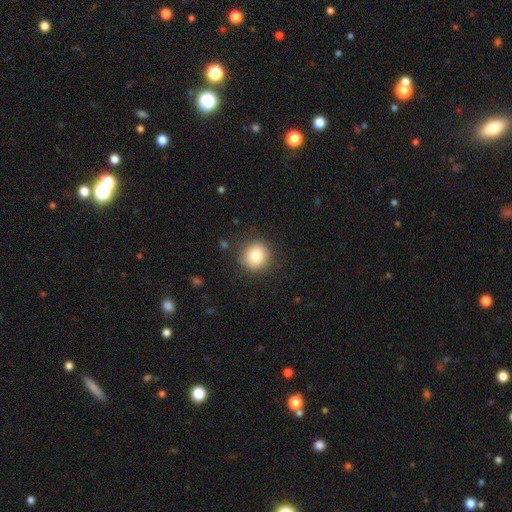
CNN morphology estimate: smooth_or_featured: smooth (p=0.82) [alt: star or artifact p=0.10]
how_rounded: round (p=0.91) [alt: in between p=0.08]
merging: none (p=0.89) [alt: minor disturbance p=0.08]